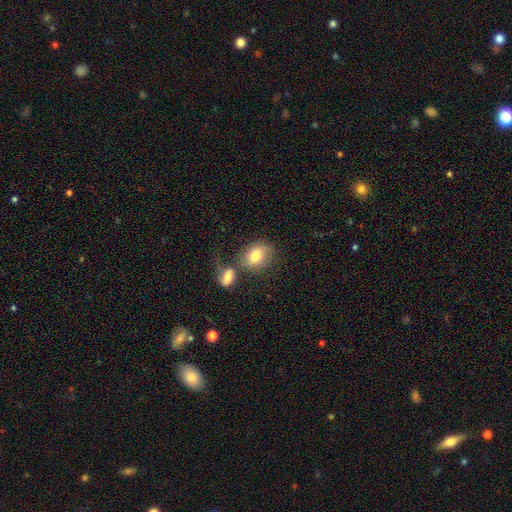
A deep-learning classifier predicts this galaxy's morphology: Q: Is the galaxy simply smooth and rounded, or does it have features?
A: smooth — 76%.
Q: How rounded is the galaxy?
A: in between — 68%.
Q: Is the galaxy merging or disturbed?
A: none — 55%.